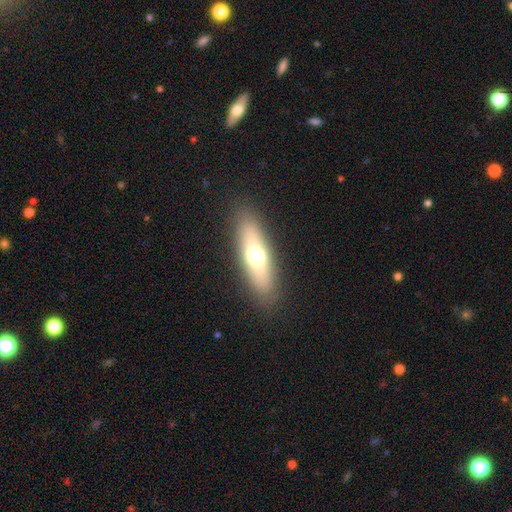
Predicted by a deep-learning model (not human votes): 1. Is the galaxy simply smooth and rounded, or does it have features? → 58% smooth, 34% featured or disk, 8% star or artifact.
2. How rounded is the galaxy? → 52% cigar-shaped, 45% in between, 3% round.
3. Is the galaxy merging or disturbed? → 88% none, 8% minor disturbance, 3% major disturbance, 1% merger.